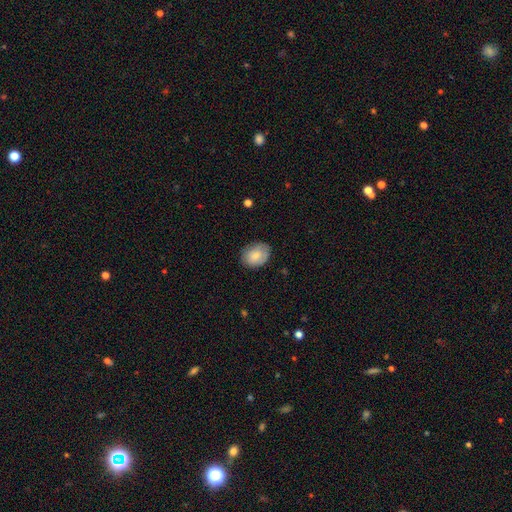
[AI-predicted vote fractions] Smooth or featured? smooth (77%)
How rounded? in between (62%)
Merging? none (75%)